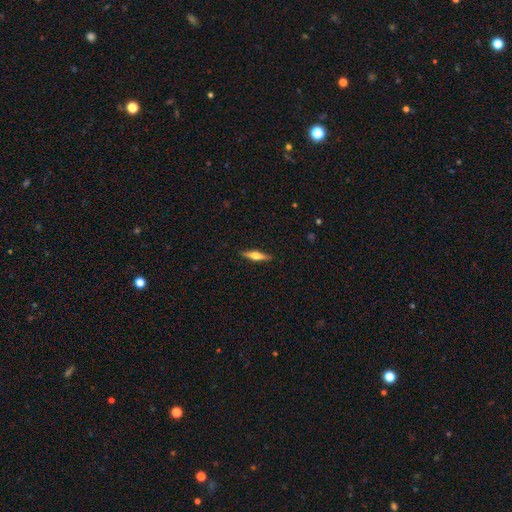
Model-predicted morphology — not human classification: Overall: featured or disk (56%; smooth 38%). Edge-on disk: yes (96%). Edge-on bulge: rounded (92%). Merging: none (90%).